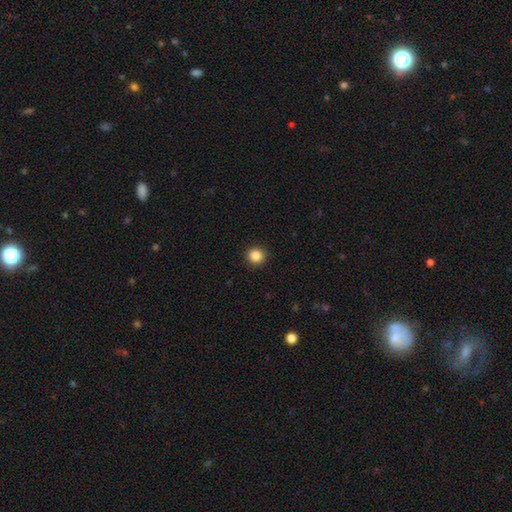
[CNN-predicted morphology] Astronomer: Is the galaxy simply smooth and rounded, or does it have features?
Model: smooth — 86%.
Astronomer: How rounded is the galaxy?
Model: round — 92%.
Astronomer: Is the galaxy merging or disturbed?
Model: none — 92%.